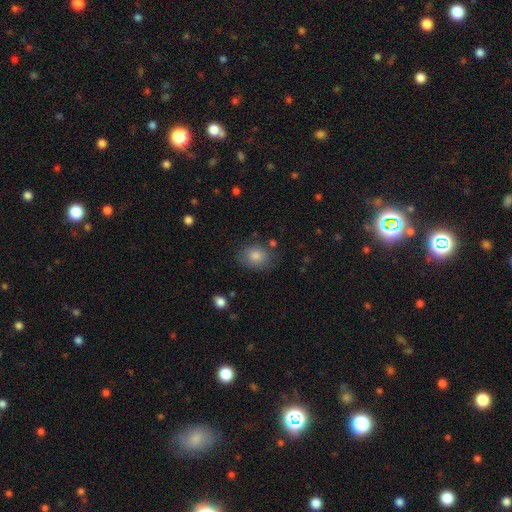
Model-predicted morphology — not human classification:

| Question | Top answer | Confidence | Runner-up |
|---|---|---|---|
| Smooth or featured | smooth | 80% | star or artifact (10%) |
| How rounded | in between | 51% | round (48%) |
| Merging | none | 76% | minor disturbance (17%) |